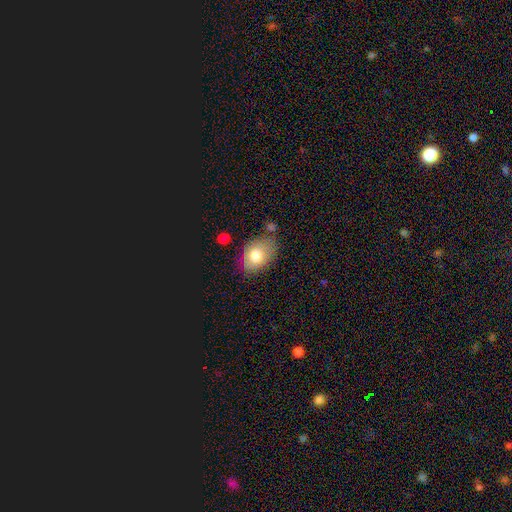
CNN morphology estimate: Smooth or featured? smooth (76%)
How rounded? in between (82%)
Merging? none (64%)